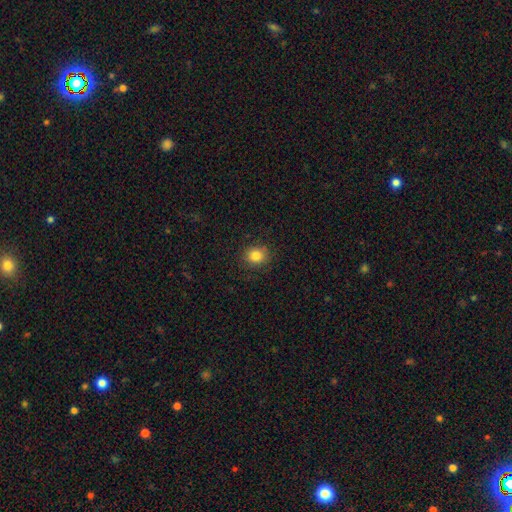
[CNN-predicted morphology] Q: Smooth or featured?
A: smooth (83%); runner-up: star or artifact (11%)
Q: How rounded?
A: round (77%); runner-up: in between (22%)
Q: Merging?
A: none (87%); runner-up: minor disturbance (9%)